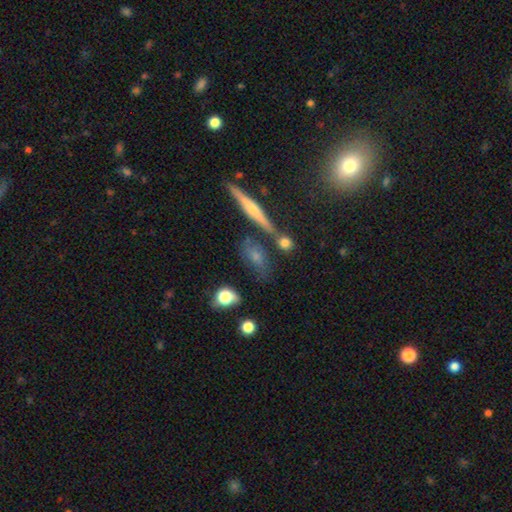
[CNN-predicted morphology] Smooth or featured?
  - smooth: 56% *
  - featured or disk: 30%
  - star or artifact: 14%
How rounded?
  - in between: 60% *
  - cigar-shaped: 22%
  - round: 18%
Merging?
  - none: 63% *
  - minor disturbance: 19%
  - merger: 12%
  - major disturbance: 7%